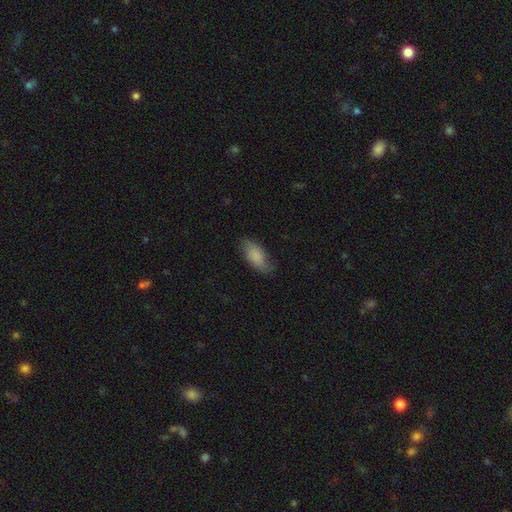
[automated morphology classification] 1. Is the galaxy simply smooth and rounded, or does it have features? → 78% smooth, 15% featured or disk, 7% star or artifact.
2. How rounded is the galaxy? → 88% in between, 10% cigar-shaped, 2% round.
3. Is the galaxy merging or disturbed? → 72% none, 22% minor disturbance, 5% major disturbance, 1% merger.